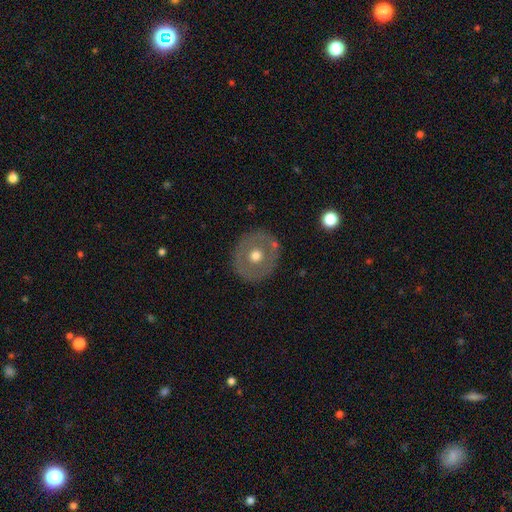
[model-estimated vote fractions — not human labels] The model was most divided on "smooth or featured": smooth: 50%, featured or disk: 43%, star or artifact: 7%. More confident: merging — none (84%).